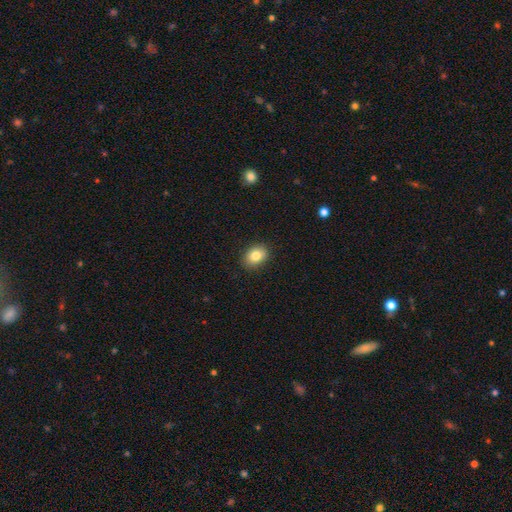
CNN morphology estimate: smooth-or-featured: smooth: 83% | star or artifact: 9% | featured or disk: 8%
  how-rounded: in between: 71% | round: 28% | cigar-shaped: 1%
  merging: none: 89% | minor disturbance: 8% | major disturbance: 2% | merger: 1%